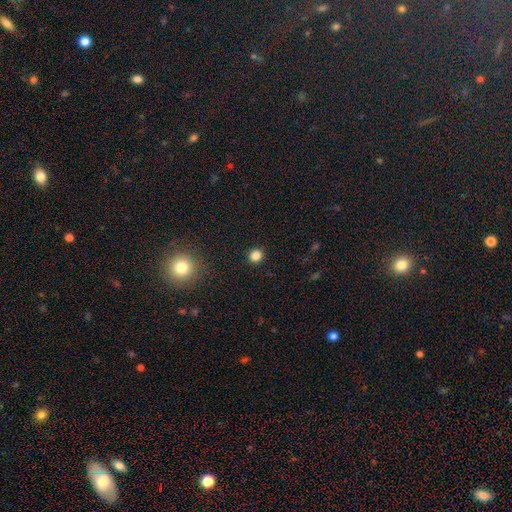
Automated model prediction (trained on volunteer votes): Overall: smooth (83%). How rounded: round (91%). Merging: none (92%).